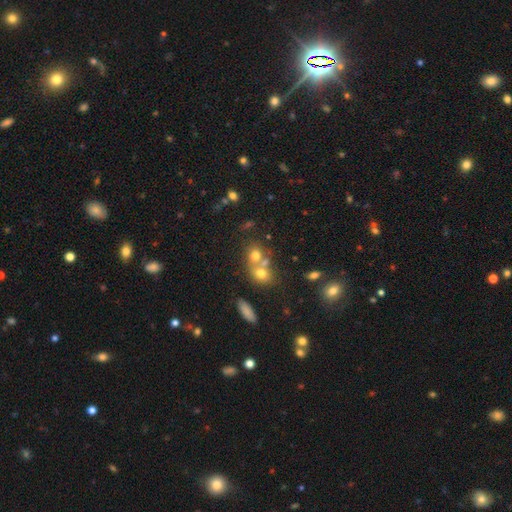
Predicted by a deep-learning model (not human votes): Overall: smooth (66%). How rounded: round (64%; in between 34%). Merging: merger (54%; none 33%).